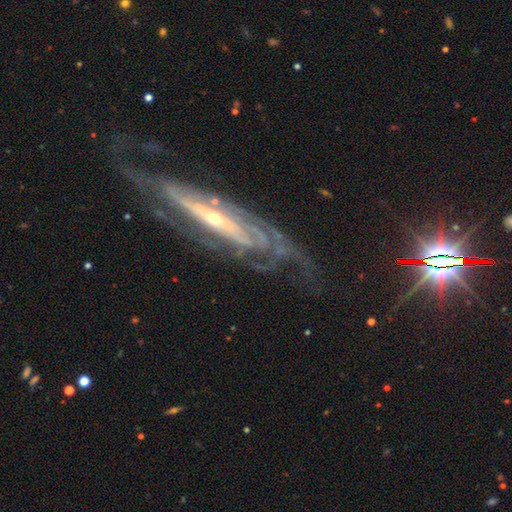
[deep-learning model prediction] A featured or disk galaxy (87%) with no bar (48%), tight (60%) spiral arms (91%) and a small central bulge (64%). Merging: none (60%).